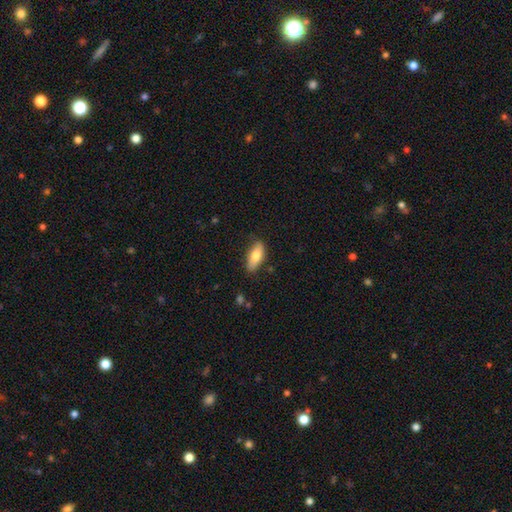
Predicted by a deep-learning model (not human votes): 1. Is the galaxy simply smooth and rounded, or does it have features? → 78% smooth, 16% featured or disk, 6% star or artifact.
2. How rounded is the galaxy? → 78% in between, 19% cigar-shaped, 2% round.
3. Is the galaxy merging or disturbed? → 80% none, 16% minor disturbance, 3% major disturbance, 2% merger.